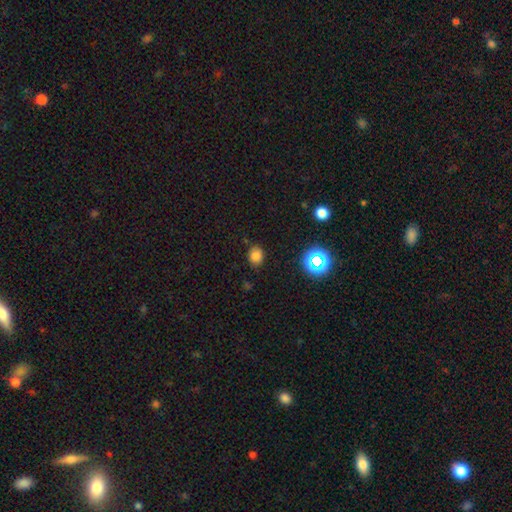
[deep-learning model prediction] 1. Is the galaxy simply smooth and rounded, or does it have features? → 77% smooth, 17% star or artifact, 5% featured or disk.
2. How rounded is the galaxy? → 58% round, 41% in between, 1% cigar-shaped.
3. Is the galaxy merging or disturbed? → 81% none, 13% minor disturbance, 3% major disturbance, 2% merger.